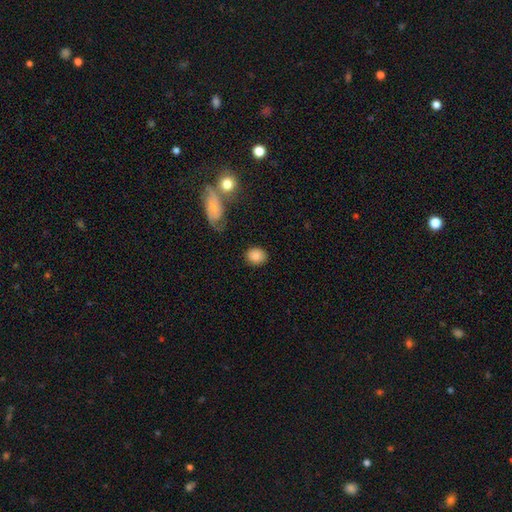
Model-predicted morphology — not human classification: The model was most divided on "how rounded": round: 57%, in between: 41%, cigar-shaped: 1%. More confident: smooth or featured — smooth (86%); merging — none (83%).